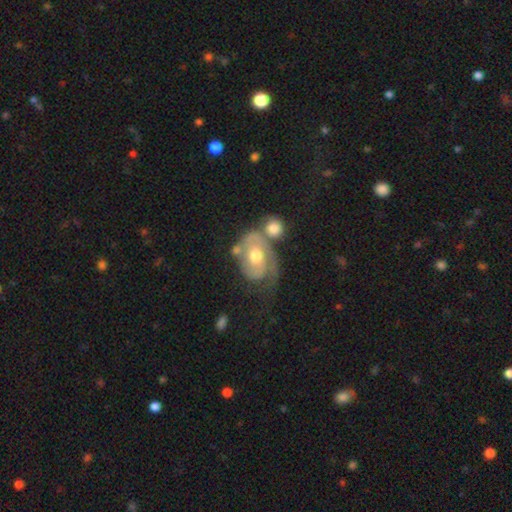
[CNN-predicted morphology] Smooth or featured?
  - featured or disk: 75% *
  - smooth: 19%
  - star or artifact: 6%
Edge-on disk?
  - no: 96% *
  - yes: 4%
Bar?
  - no: 72% *
  - weak: 23%
  - strong: 5%
Spiral arms?
  - yes: 86% *
  - no: 14%
Spiral winding?
  - tight: 51% *
  - medium: 33%
  - loose: 16%
Spiral arm count?
  - 2: 39% *
  - 1: 38%
  - can't tell: 17%
  - 3: 3%
  - 4: 1%
  - more than 4: 1%
Bulge size?
  - moderate: 73% *
  - small: 16%
  - large: 8%
  - none: 1%
  - dominant: 1%
Merging?
  - merger: 30% *
  - none: 29%
  - major disturbance: 23%
  - minor disturbance: 18%